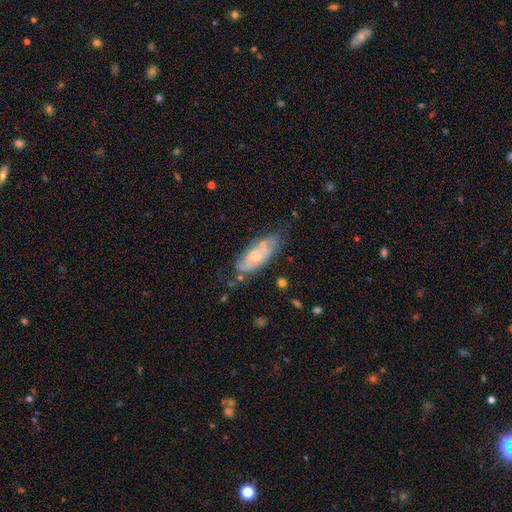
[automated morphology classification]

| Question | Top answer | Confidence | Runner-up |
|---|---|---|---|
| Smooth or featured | featured or disk | 66% | smooth (27%) |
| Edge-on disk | no | 85% | yes (15%) |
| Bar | no | 60% | weak (34%) |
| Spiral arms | yes | 79% | no (21%) |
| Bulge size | small | 47% | moderate (40%) |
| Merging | none | 58% | minor disturbance (27%) |